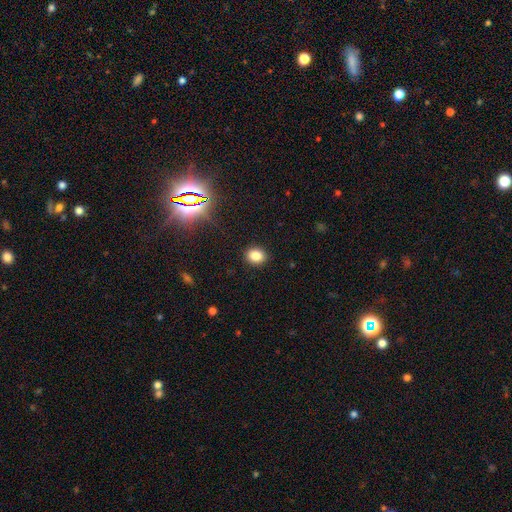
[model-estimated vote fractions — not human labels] smooth_or_featured: smooth (p=0.81) [alt: star or artifact p=0.13]
how_rounded: round (p=0.56) [alt: in between p=0.43]
merging: none (p=0.90) [alt: minor disturbance p=0.07]